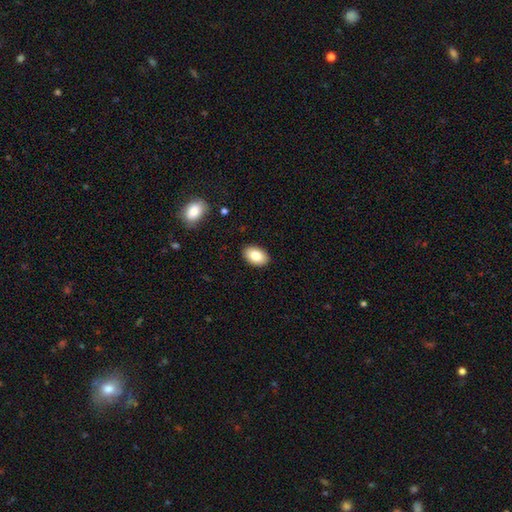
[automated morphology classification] Q: Smooth or featured?
A: smooth (82%); runner-up: featured or disk (10%)
Q: How rounded?
A: in between (90%); runner-up: round (9%)
Q: Merging?
A: none (89%); runner-up: minor disturbance (8%)